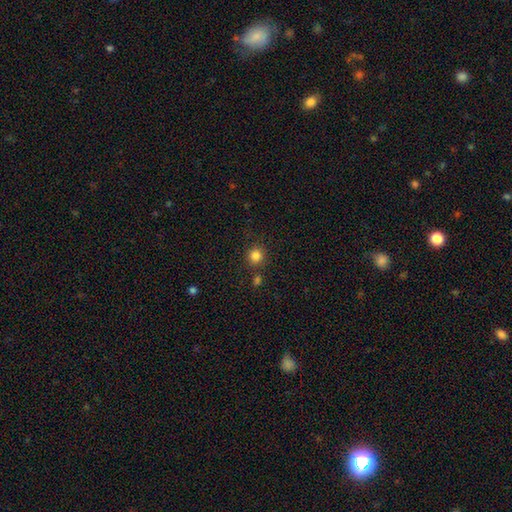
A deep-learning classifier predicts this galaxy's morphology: This appears to be a smooth galaxy with no disk features (83%) that is round (92%). Merging: none (82%).